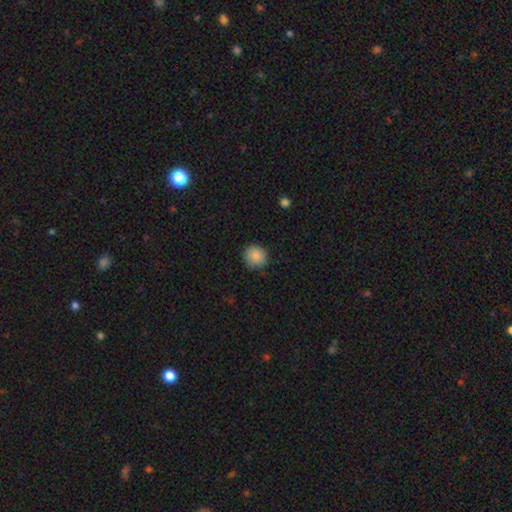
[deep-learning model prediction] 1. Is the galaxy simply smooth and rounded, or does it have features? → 87% smooth, 8% star or artifact, 4% featured or disk.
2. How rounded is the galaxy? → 91% round, 8% in between, 1% cigar-shaped.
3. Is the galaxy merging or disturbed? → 86% none, 11% minor disturbance, 2% major disturbance, 1% merger.